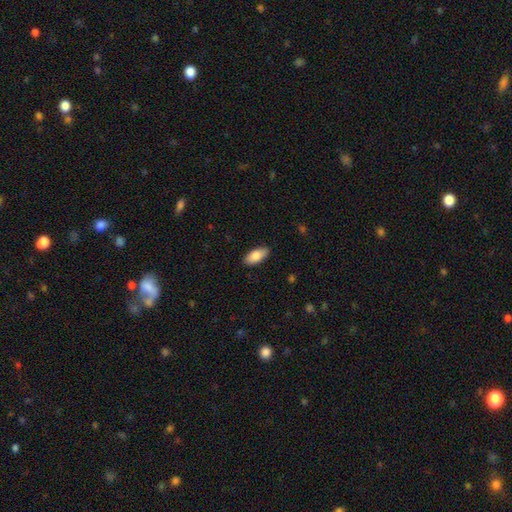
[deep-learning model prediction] Smooth or featured: smooth — 82% (featured or disk — 11%)
How rounded: in between — 88% (cigar-shaped — 10%)
Merging: none — 86% (minor disturbance — 11%)